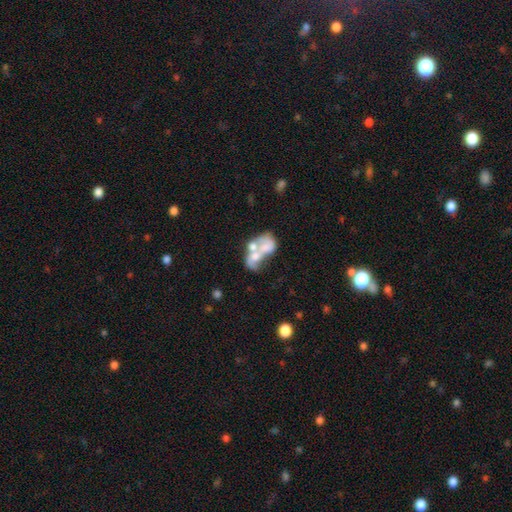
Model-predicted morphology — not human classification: smooth_or_featured: featured or disk (p=0.55) [alt: smooth p=0.34]
disk_edge_on: no (p=0.97) [alt: yes p=0.03]
bar: no (p=0.88) [alt: weak p=0.09]
has_spiral_arms: no (p=0.85) [alt: yes p=0.15]
bulge_size: none (p=0.42) [alt: moderate p=0.28]
merging: merger (p=0.63) [alt: major disturbance p=0.17]